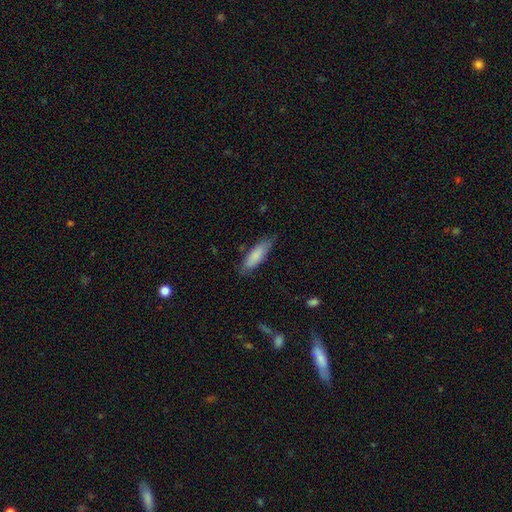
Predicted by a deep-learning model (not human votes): smooth 82%, featured or disk 12%, star or artifact 6%. Down the decision tree: how rounded — in between (53%); merging — none (75%).